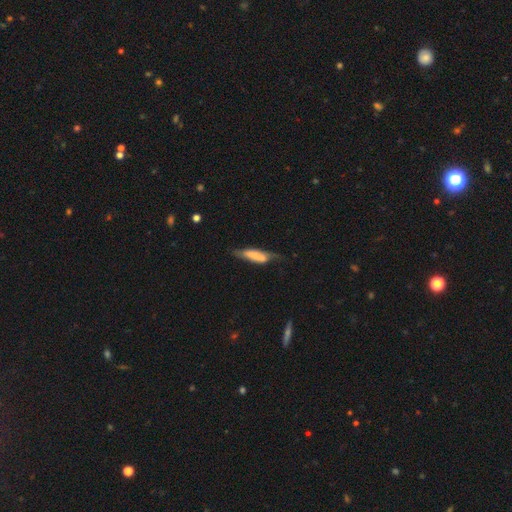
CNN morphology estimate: This is likely a smooth galaxy (60%). How rounded: possibly cigar-shaped (55%). Merging: possibly none (46%).